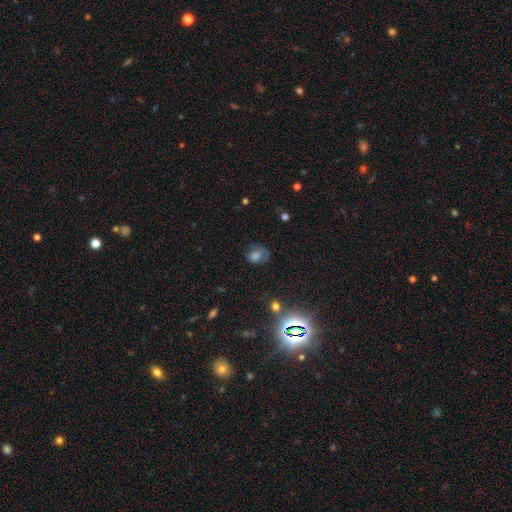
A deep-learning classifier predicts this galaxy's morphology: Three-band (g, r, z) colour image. It shows a smooth galaxy with no disk features (60%) that is round (53%). Merging: none (54%).